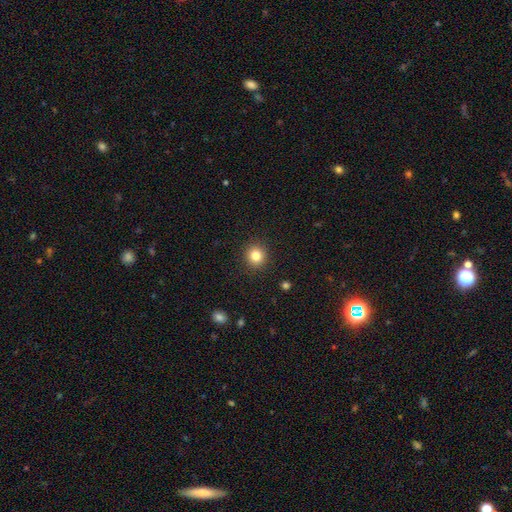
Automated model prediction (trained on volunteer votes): Morphology: type=smooth (82%); roundness=round (91%); merging=none (91%).